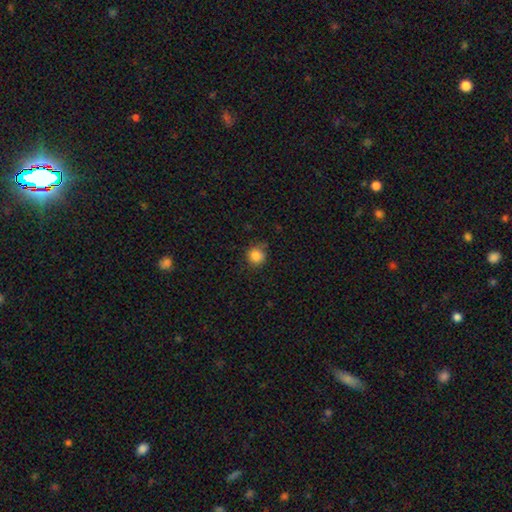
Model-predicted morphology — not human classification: Q: Smooth or featured?
A: smooth (85%); runner-up: star or artifact (11%)
Q: How rounded?
A: round (90%); runner-up: in between (9%)
Q: Merging?
A: none (78%); runner-up: minor disturbance (16%)